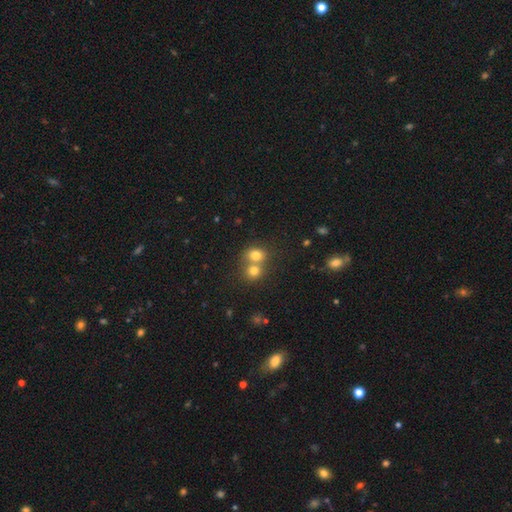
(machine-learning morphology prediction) This appears to be a smooth galaxy with no disk features (76%) that is round (72%). Merging: merger (56%).